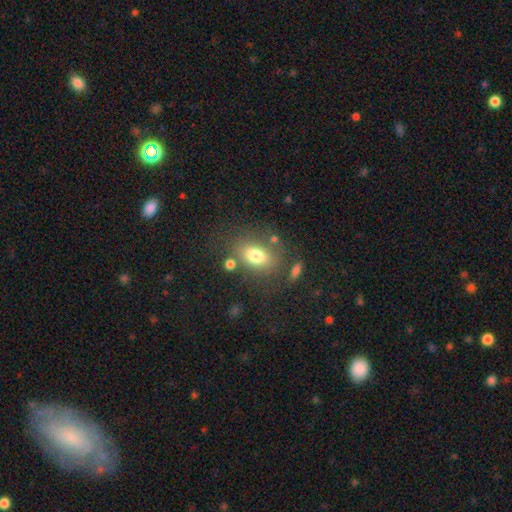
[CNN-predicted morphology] A smooth galaxy with no disk features (76%) that is in between round and cigar-shaped (75%). Merging: none (68%).